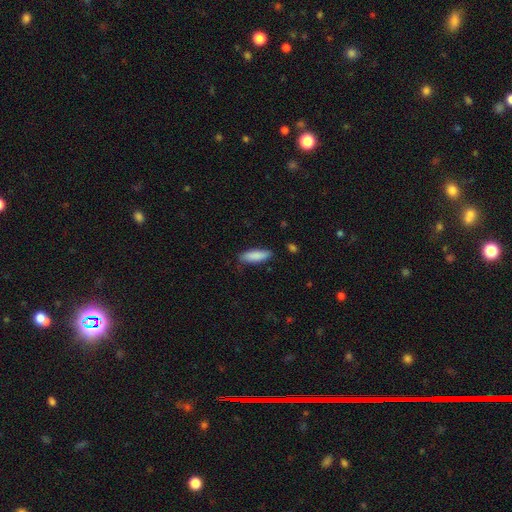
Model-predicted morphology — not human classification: Smooth or featured: smooth — 88% (featured or disk — 7%)
How rounded: in between — 53% (cigar-shaped — 46%)
Merging: none — 79% (minor disturbance — 17%)